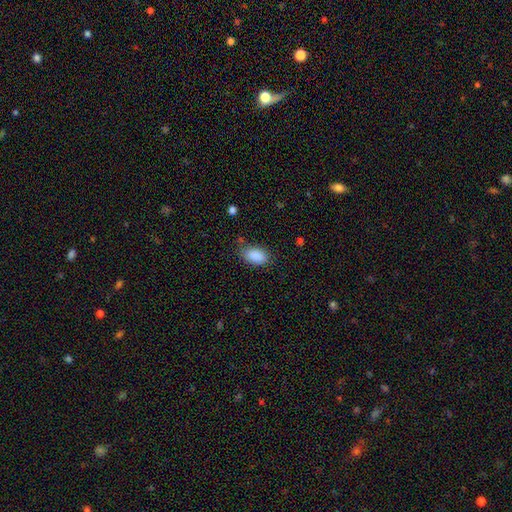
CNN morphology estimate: This appears to be a smooth galaxy with no disk features (89%) that is in between round and cigar-shaped (92%). Merging: none (75%).